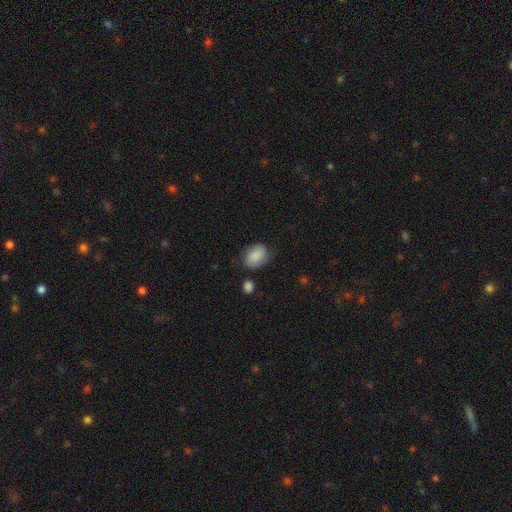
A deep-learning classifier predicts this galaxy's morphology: A smooth galaxy with no disk features (83%) that is in between round and cigar-shaped (75%).

Vote fractions:
- Smooth or featured? smooth: 83% / featured or disk: 10% / star or artifact: 7%
- How rounded? in between: 75% / round: 24% / cigar-shaped: 1%
- Merging? none: 69% / minor disturbance: 21% / major disturbance: 6% / merger: 4%